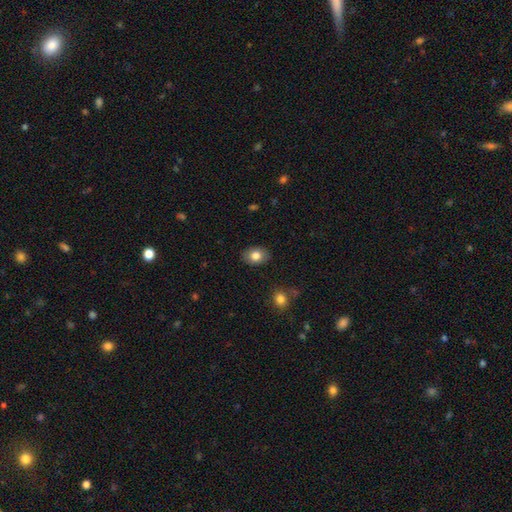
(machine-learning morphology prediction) Smooth or featured?
  - smooth: 81% *
  - featured or disk: 11%
  - star or artifact: 8%
How rounded?
  - in between: 74% *
  - round: 25%
  - cigar-shaped: 1%
Merging?
  - none: 87% *
  - minor disturbance: 9%
  - major disturbance: 2%
  - merger: 1%